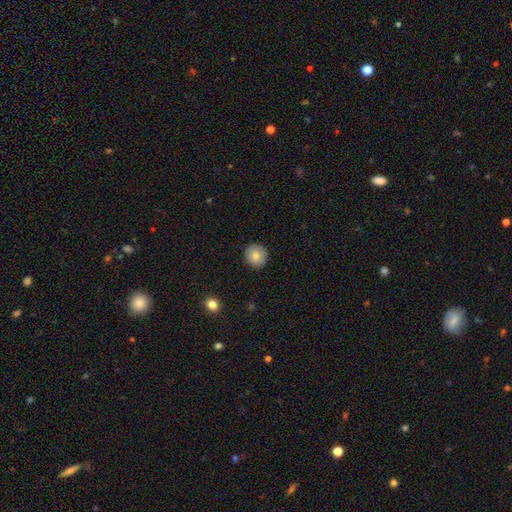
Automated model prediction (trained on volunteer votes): Smooth or featured? smooth (76%)
How rounded? round (92%)
Merging? none (91%)